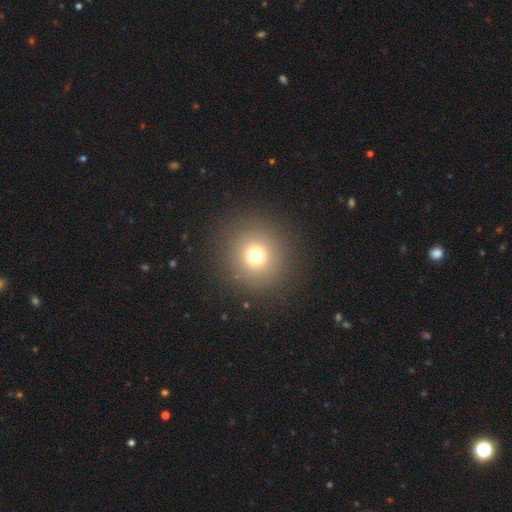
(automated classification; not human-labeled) Smooth or featured? smooth (72%)
How rounded? round (94%)
Merging? none (89%)